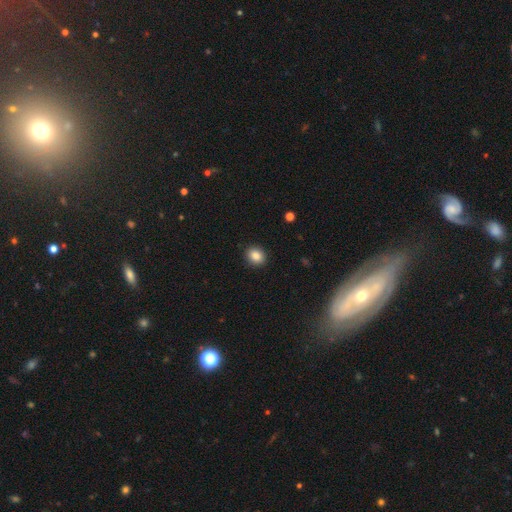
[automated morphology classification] Smooth or featured? smooth (86%)
How rounded? round (66%)
Merging? none (91%)